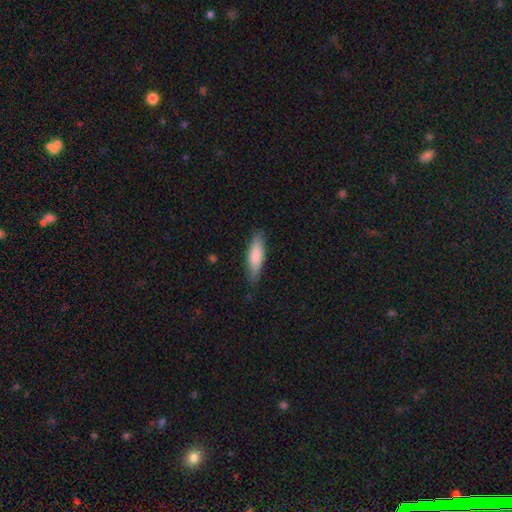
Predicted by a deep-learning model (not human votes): Smooth or featured?
  - smooth: 80% *
  - featured or disk: 15%
  - star or artifact: 5%
How rounded?
  - cigar-shaped: 60% *
  - in between: 38%
  - round: 2%
Merging?
  - none: 80% *
  - minor disturbance: 16%
  - major disturbance: 3%
  - merger: 1%